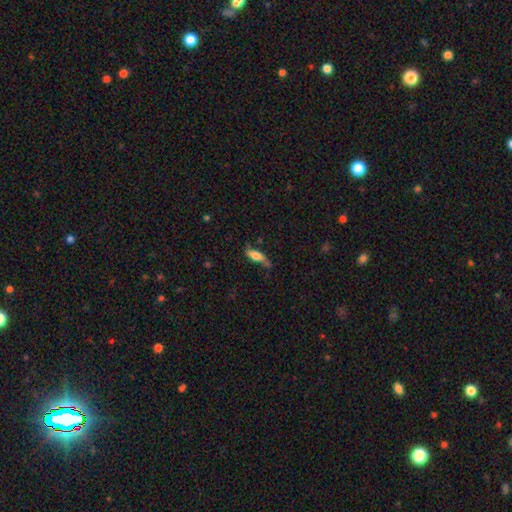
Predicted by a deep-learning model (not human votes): Smooth or featured? Predicted: smooth (p=0.66). How rounded? Predicted: in between (p=0.62). Merging? Predicted: none (p=0.60).